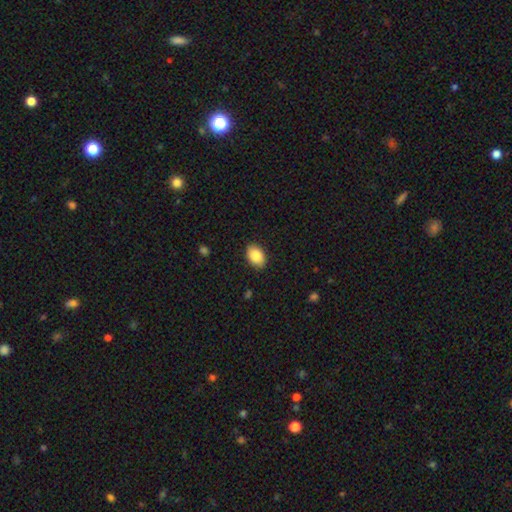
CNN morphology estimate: Q: Smooth or featured?
A: smooth (87%); runner-up: star or artifact (7%)
Q: How rounded?
A: in between (87%); runner-up: round (12%)
Q: Merging?
A: none (89%); runner-up: minor disturbance (9%)